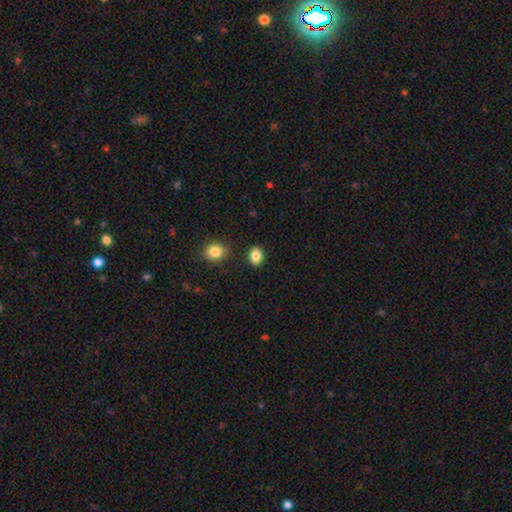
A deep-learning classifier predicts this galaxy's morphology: This appears to be a smooth galaxy with no disk features (86%) that is in between round and cigar-shaped (66%). Merging: none (86%).